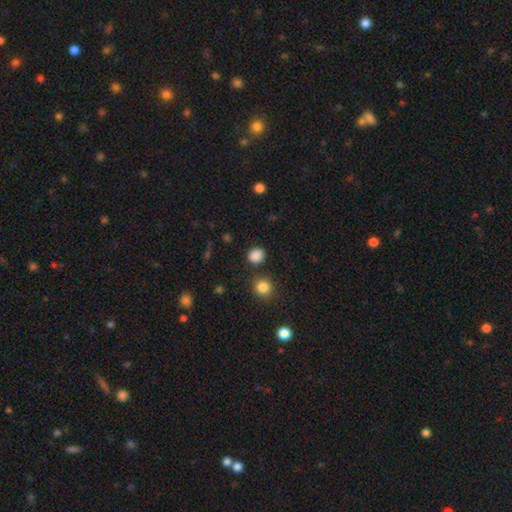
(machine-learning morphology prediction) type=smooth (85%); roundness=round (73%); merging=none (83%).